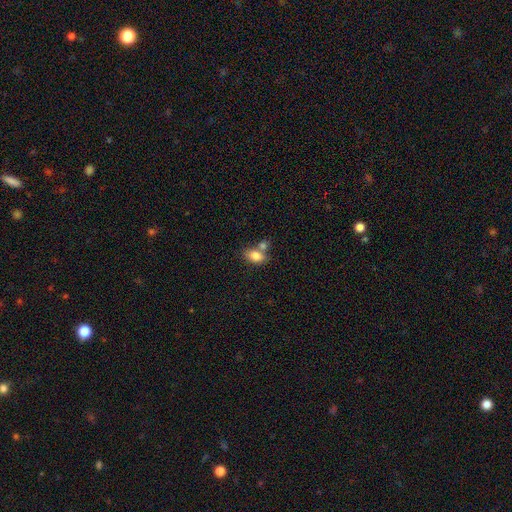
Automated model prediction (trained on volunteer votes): Smooth or featured? smooth (81%)
How rounded? in between (85%)
Merging? none (47%)